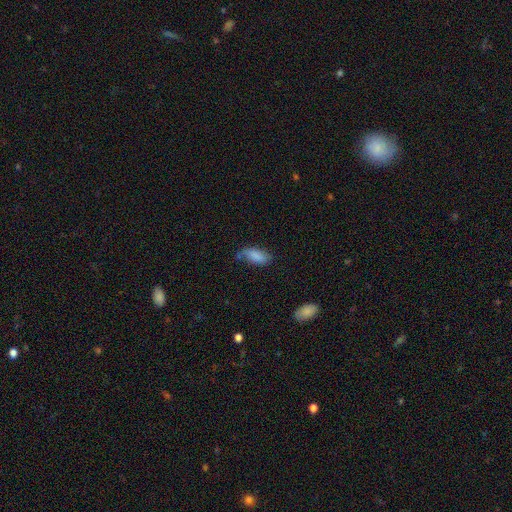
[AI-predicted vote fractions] A smooth galaxy with no disk features (80%) that is in between round and cigar-shaped (88%).

Vote fractions:
- Smooth or featured? smooth: 80% / featured or disk: 12% / star or artifact: 8%
- How rounded? in between: 88% / cigar-shaped: 10% / round: 3%
- Merging? none: 48% / minor disturbance: 34% / major disturbance: 14% / merger: 5%